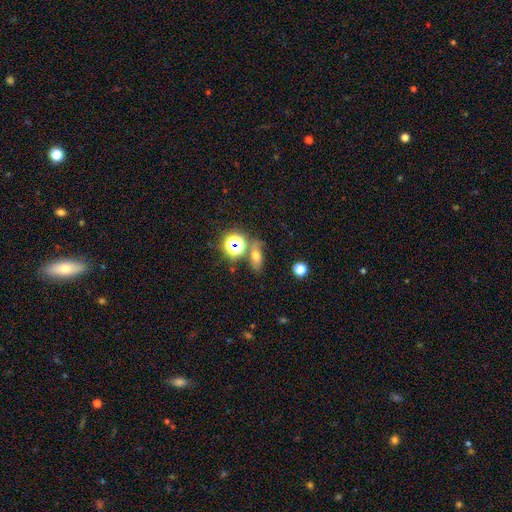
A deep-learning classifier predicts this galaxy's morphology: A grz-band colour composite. It shows a smooth galaxy with no disk features (56%) that is in between round and cigar-shaped (67%). Merging: none (66%).